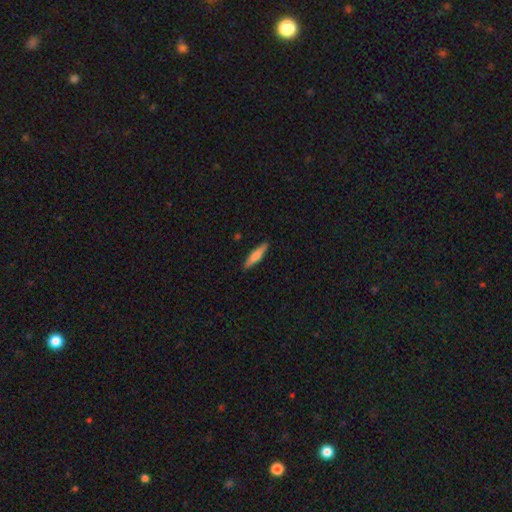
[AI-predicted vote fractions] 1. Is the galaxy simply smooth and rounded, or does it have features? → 59% smooth, 35% featured or disk, 6% star or artifact.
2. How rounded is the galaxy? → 82% cigar-shaped, 17% in between, 2% round.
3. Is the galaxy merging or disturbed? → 90% none, 7% minor disturbance, 2% major disturbance, 1% merger.